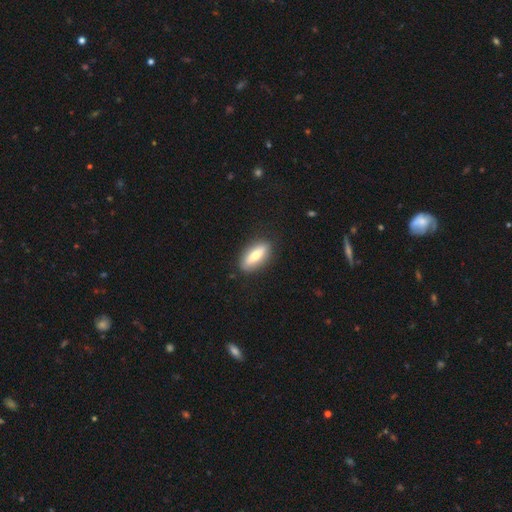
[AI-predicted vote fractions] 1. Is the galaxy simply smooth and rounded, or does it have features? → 62% smooth, 32% featured or disk, 6% star or artifact.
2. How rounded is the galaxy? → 69% in between, 28% cigar-shaped, 3% round.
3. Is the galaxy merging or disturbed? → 87% none, 9% minor disturbance, 2% major disturbance, 1% merger.